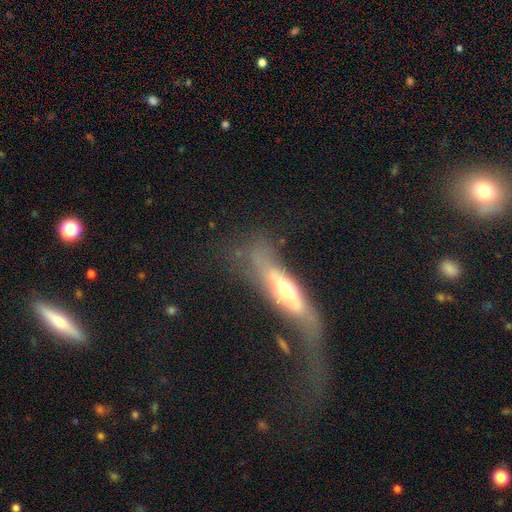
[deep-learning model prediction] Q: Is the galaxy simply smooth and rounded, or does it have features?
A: featured or disk — 65%.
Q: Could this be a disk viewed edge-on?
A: yes — 56%.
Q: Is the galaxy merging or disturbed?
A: major disturbance — 53%.